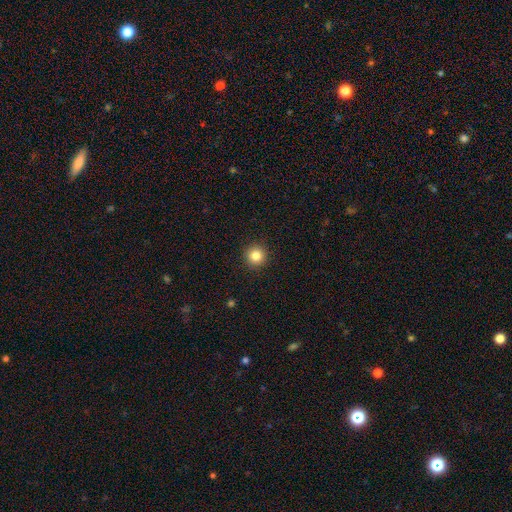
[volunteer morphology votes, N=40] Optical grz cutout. It shows a smooth galaxy with no disk features (85%) that is round (94%). Merging: none (92%).